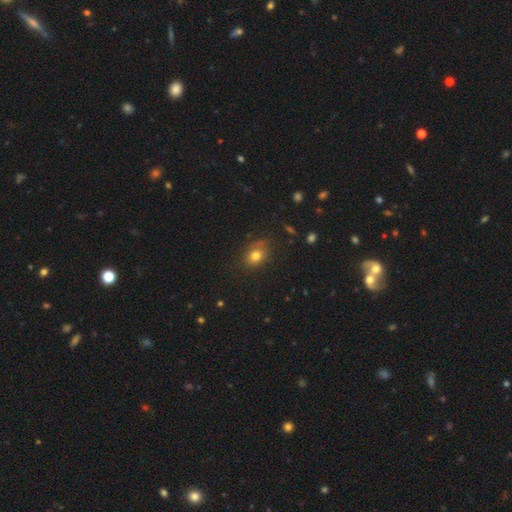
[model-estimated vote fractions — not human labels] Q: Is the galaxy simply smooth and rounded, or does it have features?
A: smooth — 76%.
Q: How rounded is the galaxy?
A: in between — 62%.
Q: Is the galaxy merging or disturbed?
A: none — 70%.